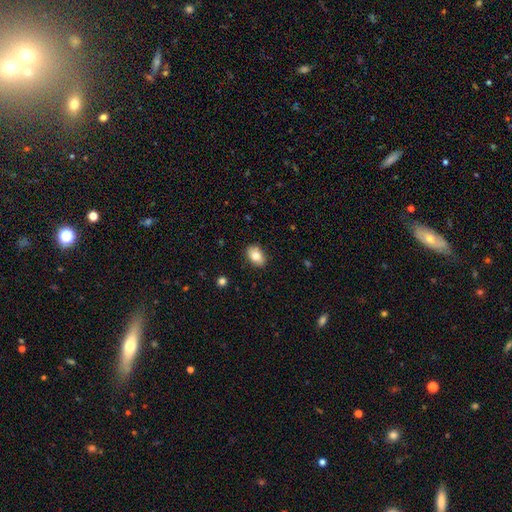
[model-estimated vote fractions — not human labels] Smooth or featured? Predicted: smooth (p=0.81). How rounded? Predicted: in between (p=0.87). Merging? Predicted: none (p=0.86).